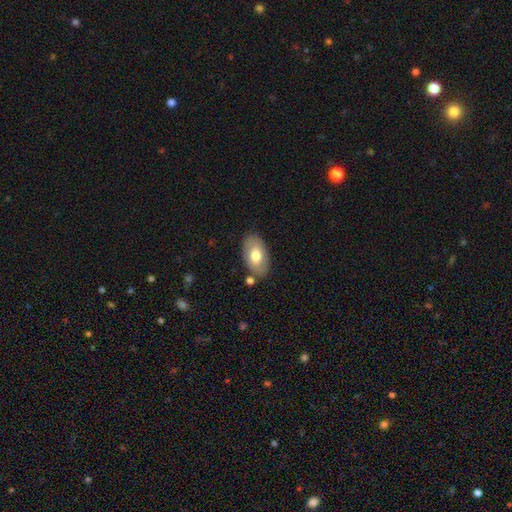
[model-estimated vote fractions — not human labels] Overall: smooth (71%). How rounded: in between (94%). Merging: none (78%).